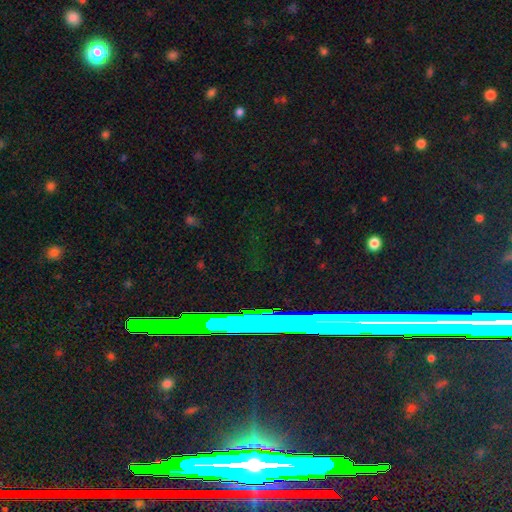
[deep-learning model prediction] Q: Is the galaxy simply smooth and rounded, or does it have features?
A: star or artifact — 78%.